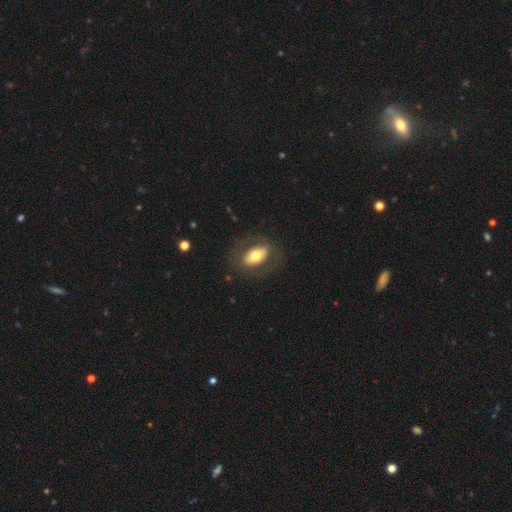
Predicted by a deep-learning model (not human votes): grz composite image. It shows a smooth galaxy with no disk features (58%) that is in between round and cigar-shaped (86%). Merging: none (79%).